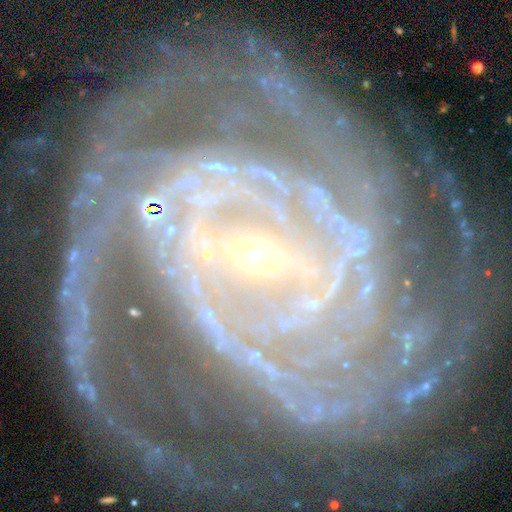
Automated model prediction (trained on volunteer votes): Overall: featured or disk (90%). Edge-on disk: no (97%). Bar: strong (45%; weak 34%). Spiral arms: yes (98%). Spiral arm count: 4 (22%; can't tell 20%). Spiral winding: tight (74%). Bulge size: small (82%). Merging: none (70%).